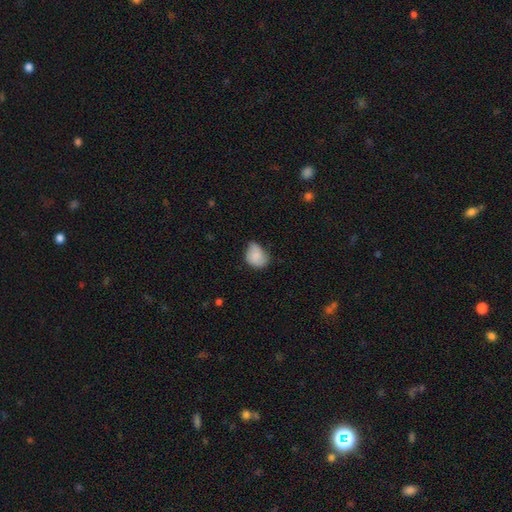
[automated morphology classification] Q: Smooth or featured?
A: smooth (80%); runner-up: featured or disk (13%)
Q: How rounded?
A: in between (54%); runner-up: round (46%)
Q: Merging?
A: minor disturbance (45%); runner-up: none (42%)